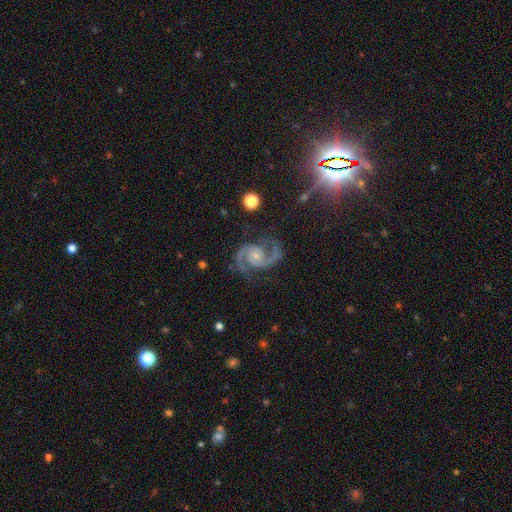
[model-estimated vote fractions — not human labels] Morphology: type=featured or disk (91%); edge-on=no (98%); bar=no (66%); spiral arms=yes (99%); winding=medium (63%); arm count=2 (94%); bulge=small (63%); merging=none (81%).